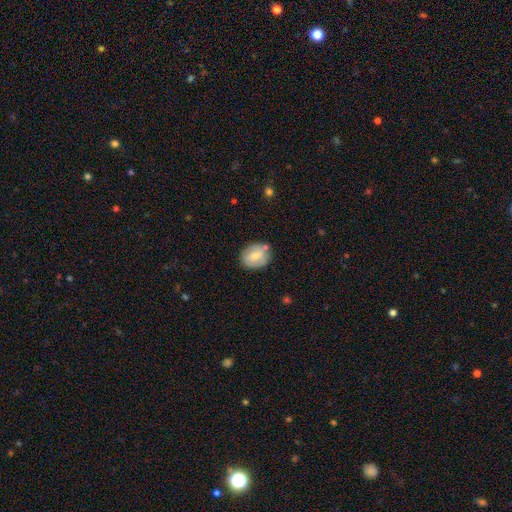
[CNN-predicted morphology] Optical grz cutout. It shows a smooth galaxy with no disk features (68%) that is in between round and cigar-shaped (53%). Merging: none (72%).